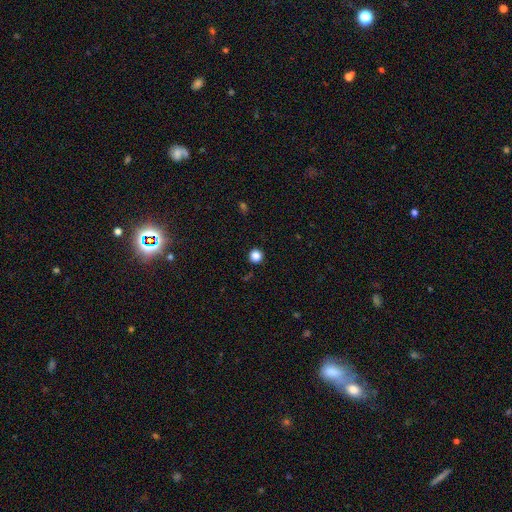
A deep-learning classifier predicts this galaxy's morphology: This is clearly a smooth galaxy (85%). How rounded: clearly round (95%). Merging: clearly none (92%).